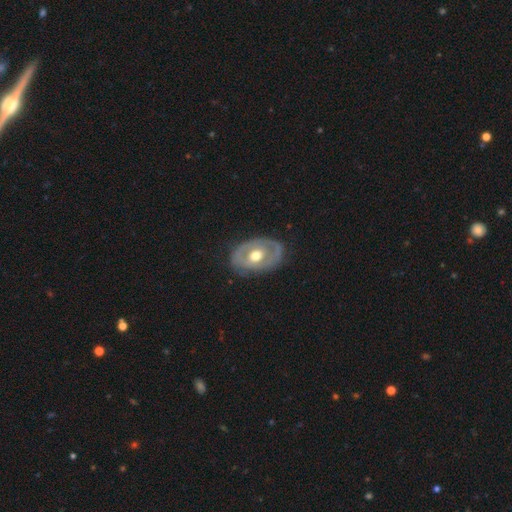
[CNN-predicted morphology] Q: Smooth or featured?
A: featured or disk (65%); runner-up: smooth (31%)
Q: Edge-on disk?
A: no (93%); runner-up: yes (7%)
Q: Bar?
A: no (80%); runner-up: weak (15%)
Q: Spiral arms?
A: no (71%); runner-up: yes (29%)
Q: Bulge size?
A: moderate (77%); runner-up: large (12%)
Q: Merging?
A: none (75%); runner-up: minor disturbance (18%)